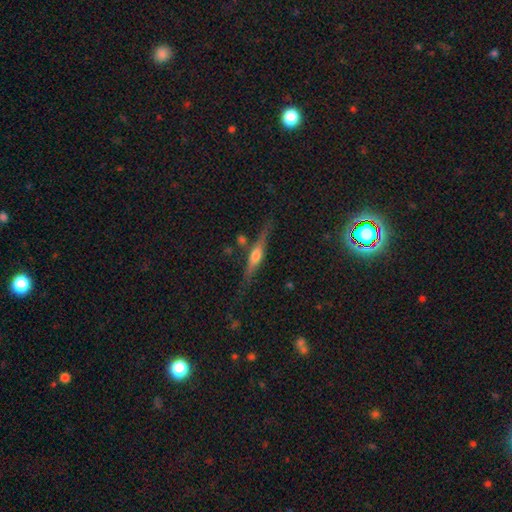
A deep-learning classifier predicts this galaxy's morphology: Smooth or featured? featured or disk (63%)
Edge-on disk? yes (94%)
Edge-on bulge? rounded (84%)
Merging? none (75%)